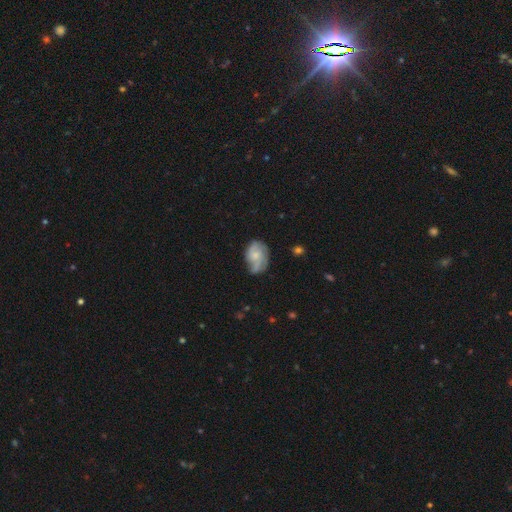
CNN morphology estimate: Smooth or featured? Predicted: featured or disk (p=0.56). Edge-on disk? Predicted: no (p=0.97). Bar? Predicted: no (p=0.75). Spiral arms? Predicted: yes (p=0.83). Bulge size? Predicted: small (p=0.51). Merging? Predicted: none (p=0.52).